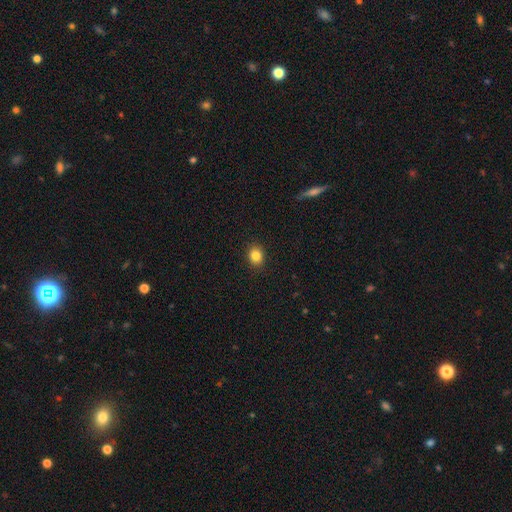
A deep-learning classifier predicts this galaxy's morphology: smooth_or_featured: smooth (p=0.84) [alt: star or artifact p=0.11]
how_rounded: round (p=0.67) [alt: in between p=0.32]
merging: none (p=0.90) [alt: minor disturbance p=0.07]